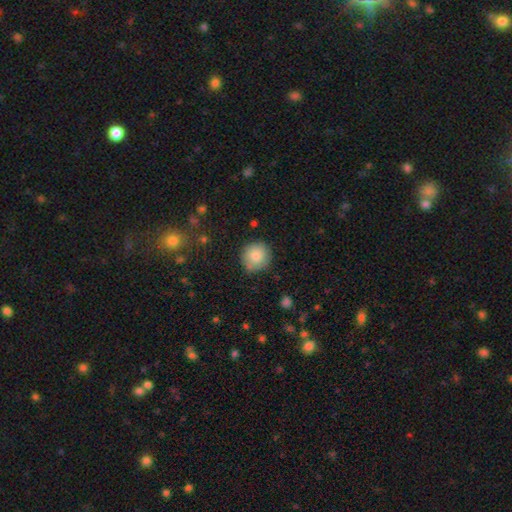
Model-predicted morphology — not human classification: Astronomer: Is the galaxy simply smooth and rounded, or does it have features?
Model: smooth — 85%.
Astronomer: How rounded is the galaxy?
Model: round — 92%.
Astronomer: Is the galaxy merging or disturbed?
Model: none — 79%.